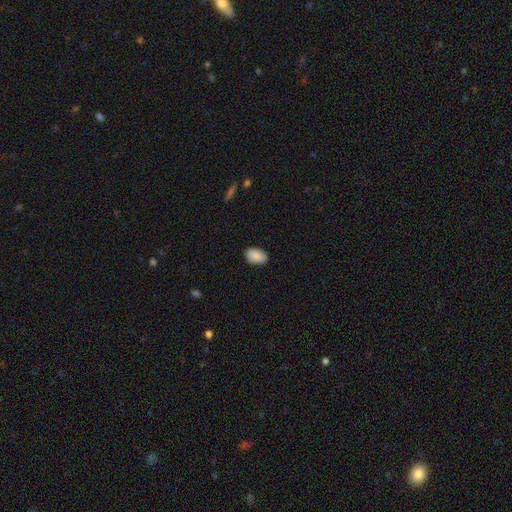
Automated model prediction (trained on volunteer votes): smooth_or_featured: smooth (p=0.89) [alt: star or artifact p=0.07]
how_rounded: in between (p=0.90) [alt: round p=0.09]
merging: none (p=0.83) [alt: minor disturbance p=0.13]